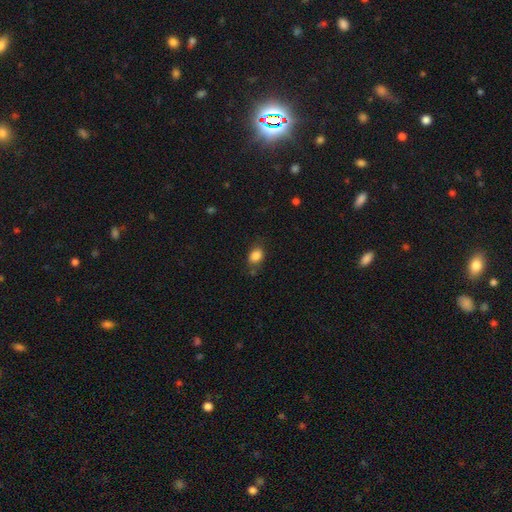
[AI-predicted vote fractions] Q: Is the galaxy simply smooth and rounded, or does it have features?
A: smooth — 85%.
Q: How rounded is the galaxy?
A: in between — 68%.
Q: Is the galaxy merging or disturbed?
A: none — 70%.